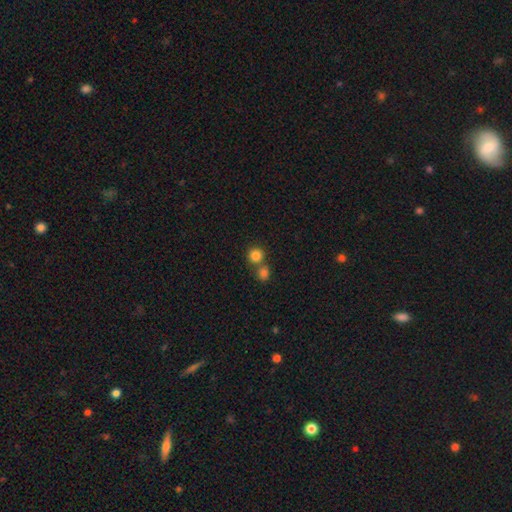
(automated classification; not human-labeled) Smooth or featured? smooth (83%)
How rounded? round (91%)
Merging? none (59%)